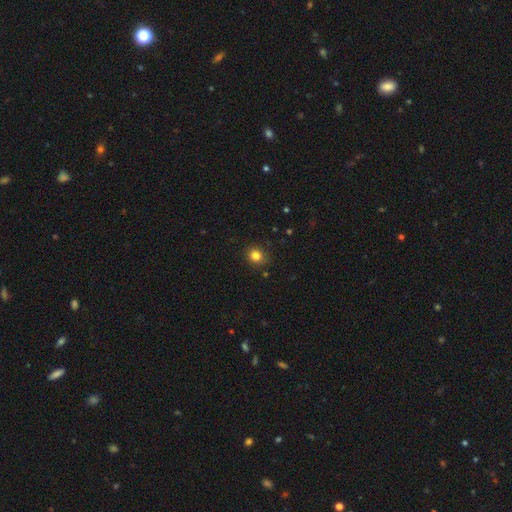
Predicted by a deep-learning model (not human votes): This is clearly a smooth galaxy (83%). How rounded: likely round (78%). Merging: clearly none (87%).